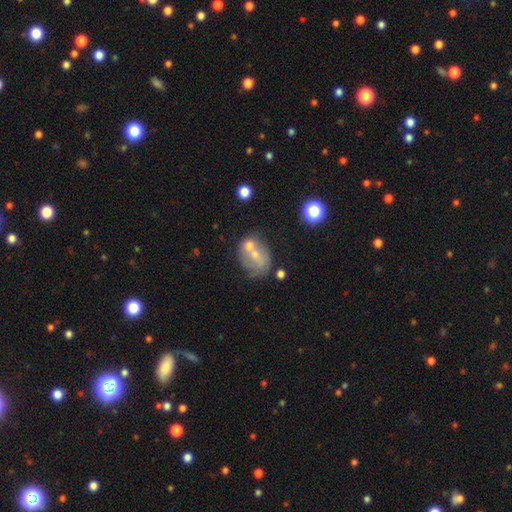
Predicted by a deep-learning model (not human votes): A smooth galaxy with no disk features (50%) that is in between round and cigar-shaped (52%). Merging: merger (38%).